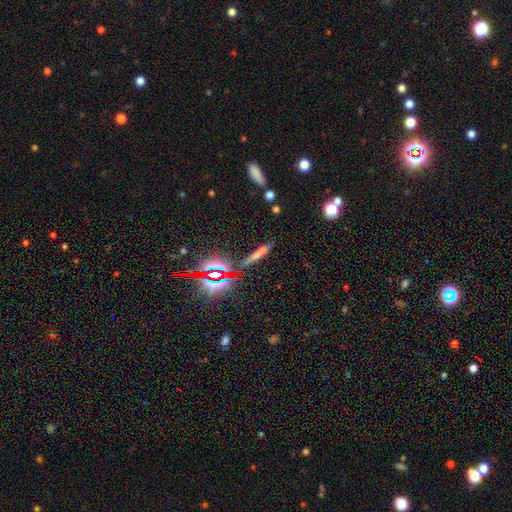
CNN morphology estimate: type=star or artifact (38%).